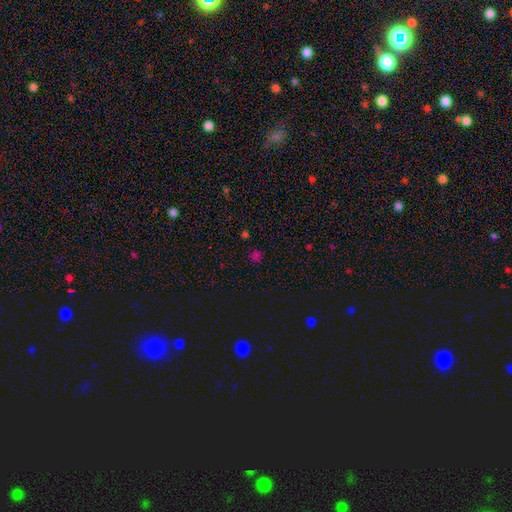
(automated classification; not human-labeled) This is possibly a smooth galaxy (57%). How rounded: clearly round (85%). Merging: clearly none (82%).